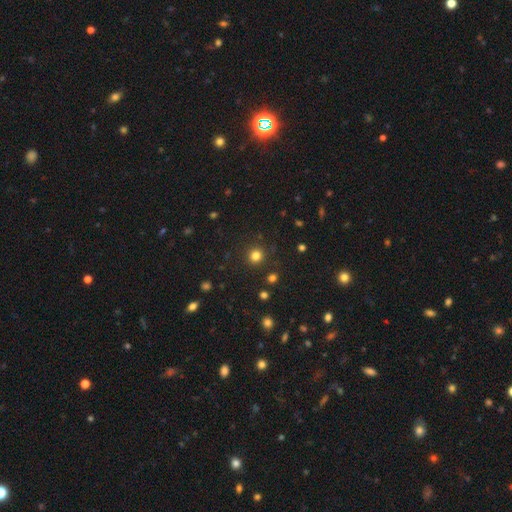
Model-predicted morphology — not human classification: Smooth or featured: smooth — 80% (star or artifact — 15%)
How rounded: round — 93% (in between — 6%)
Merging: none — 89% (minor disturbance — 6%)